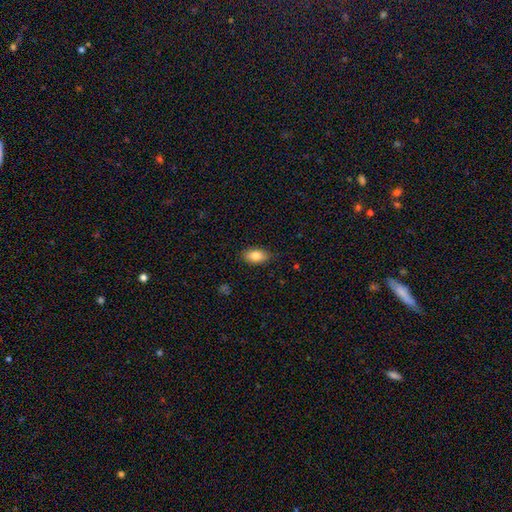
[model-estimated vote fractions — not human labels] Smooth or featured: smooth — 83% (featured or disk — 9%)
How rounded: in between — 91% (round — 6%)
Merging: none — 85% (minor disturbance — 12%)